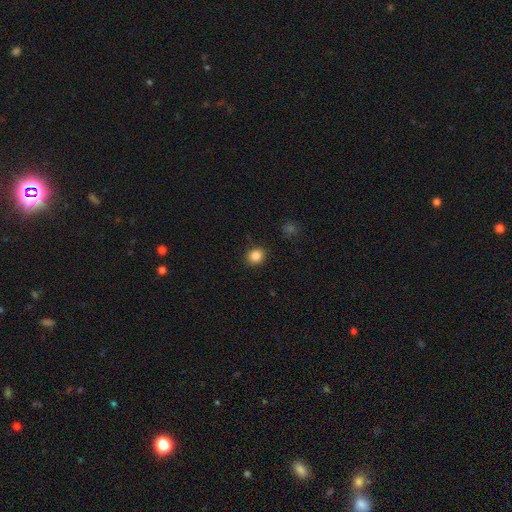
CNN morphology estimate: Smooth or featured?
  - smooth: 85% *
  - star or artifact: 11%
  - featured or disk: 4%
How rounded?
  - round: 78% *
  - in between: 21%
  - cigar-shaped: 1%
Merging?
  - none: 89% *
  - minor disturbance: 8%
  - major disturbance: 2%
  - merger: 1%